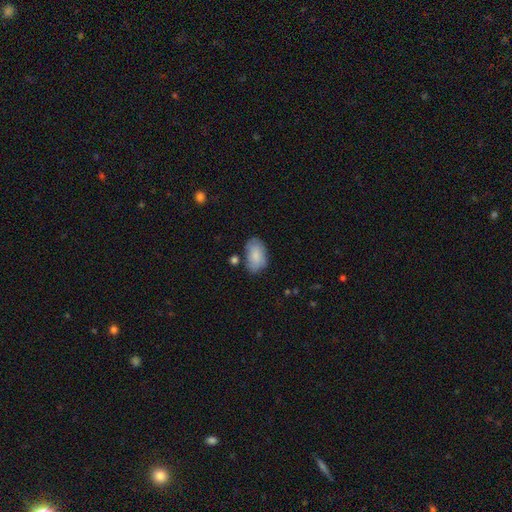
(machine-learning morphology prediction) The model was most divided on "merging": none: 67%, minor disturbance: 21%, merger: 6%, major disturbance: 5%. More confident: how rounded — in between (93%); smooth or featured — smooth (82%).